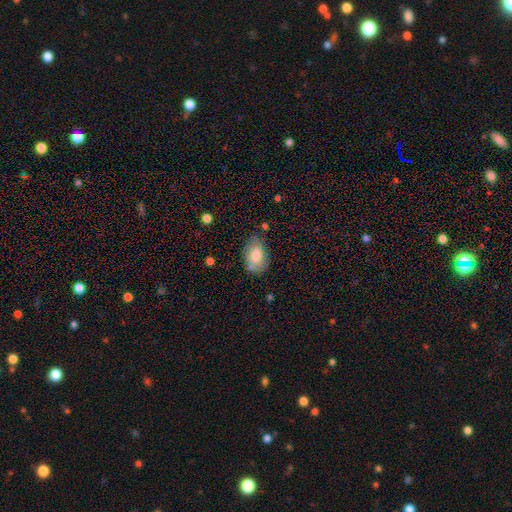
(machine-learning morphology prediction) smooth-or-featured: smooth: 78% | featured or disk: 15% | star or artifact: 7%
  how-rounded: in between: 88% | round: 11% | cigar-shaped: 1%
  merging: none: 64% | minor disturbance: 23% | merger: 6% | major disturbance: 6%